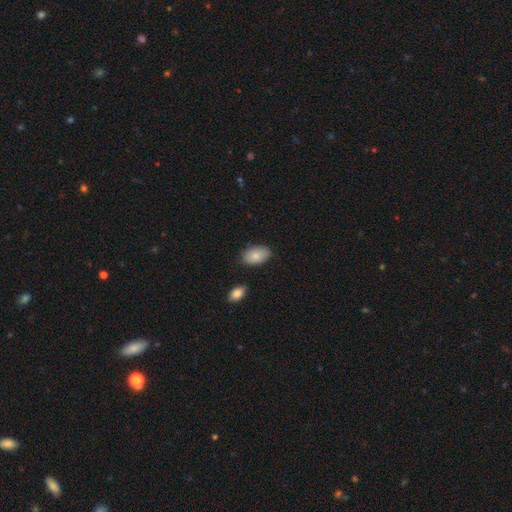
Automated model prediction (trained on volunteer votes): A smooth galaxy with no disk features (85%) that is in between round and cigar-shaped (93%).

Vote fractions:
- Smooth or featured? smooth: 85% / featured or disk: 9% / star or artifact: 6%
- How rounded? in between: 93% / round: 5% / cigar-shaped: 1%
- Merging? none: 81% / minor disturbance: 14% / major disturbance: 3% / merger: 3%